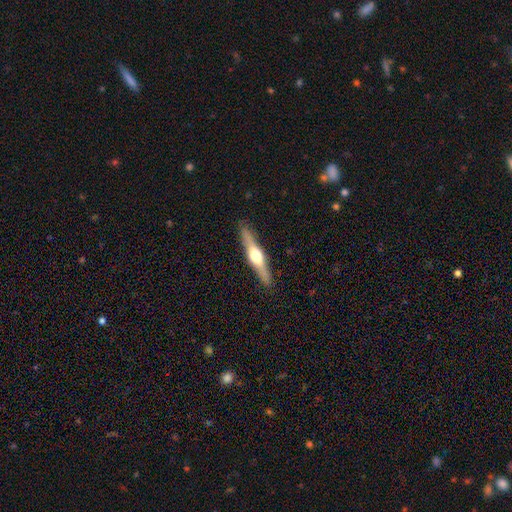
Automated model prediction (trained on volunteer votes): The model was most divided on "smooth or featured": featured or disk: 68%, smooth: 27%, star or artifact: 5%. More confident: edge-on disk — yes (96%); edge-on bulge — rounded (93%); merging — none (89%).